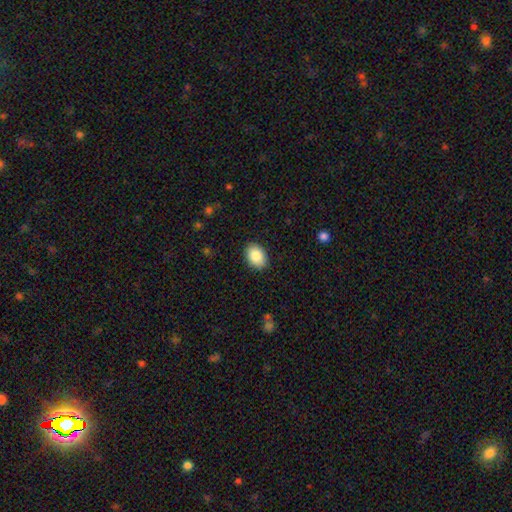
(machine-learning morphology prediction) Smooth or featured? Predicted: smooth (p=0.86). How rounded? Predicted: in between (p=0.79). Merging? Predicted: none (p=0.89).